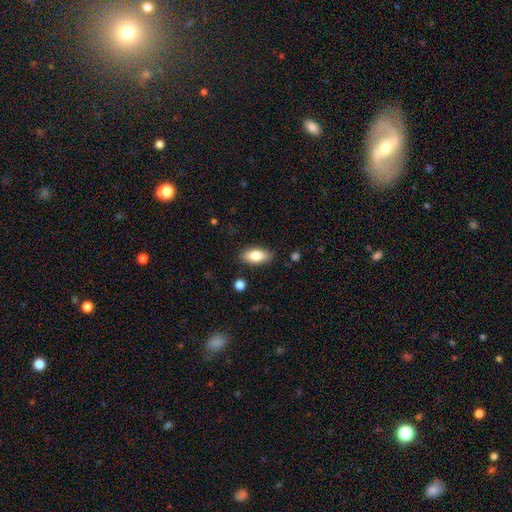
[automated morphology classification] Smooth or featured: smooth — 81% (featured or disk — 12%)
How rounded: in between — 88% (cigar-shaped — 9%)
Merging: none — 86% (minor disturbance — 10%)